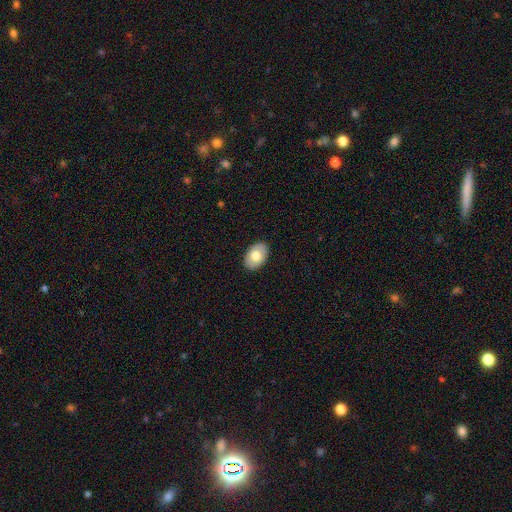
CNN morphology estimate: A smooth galaxy with no disk features (74%) that is in between round and cigar-shaped (88%). Merging: none (89%).